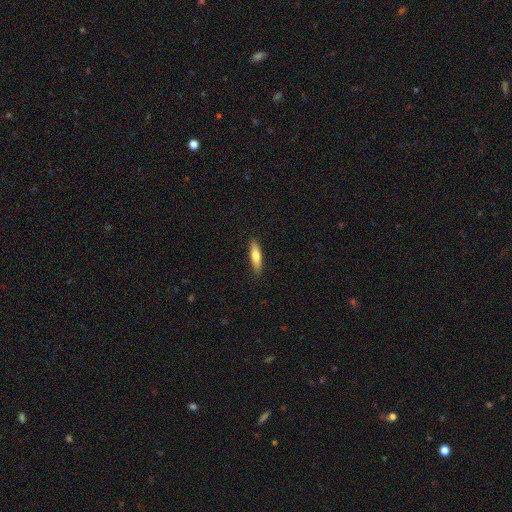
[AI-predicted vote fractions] This is likely a smooth galaxy (65%). How rounded: likely cigar-shaped (74%). Merging: clearly none (88%).